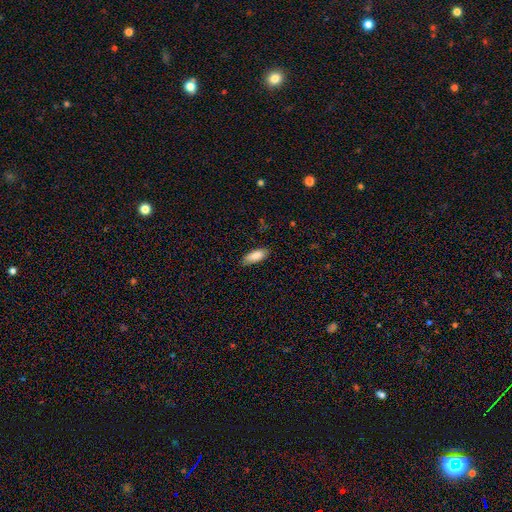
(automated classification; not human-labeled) smooth_or_featured: smooth (p=0.88) [alt: featured or disk p=0.06]
how_rounded: in between (p=0.78) [alt: cigar-shaped p=0.20]
merging: none (p=0.83) [alt: minor disturbance p=0.14]